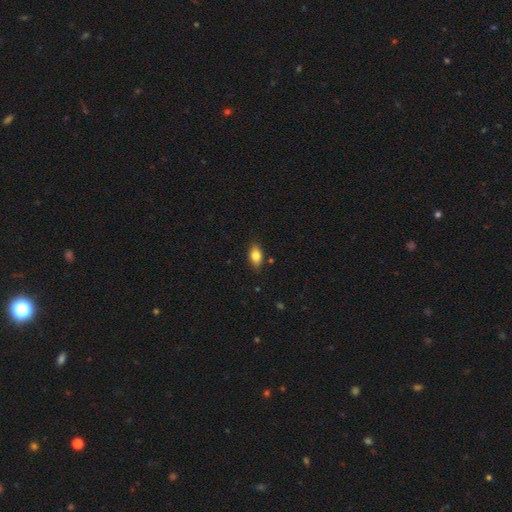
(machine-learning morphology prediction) Smooth or featured? smooth (81%)
How rounded? in between (86%)
Merging? none (84%)